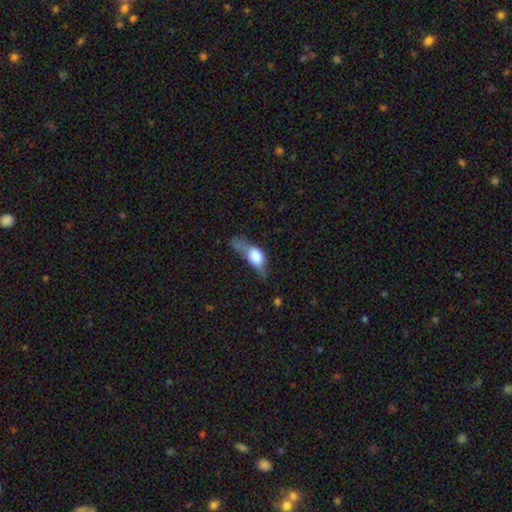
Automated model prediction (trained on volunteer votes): The model was most divided on "merging": major disturbance: 36%, minor disturbance: 28%, none: 22%, merger: 13%. More confident: how rounded — in between (67%); smooth or featured — smooth (60%).